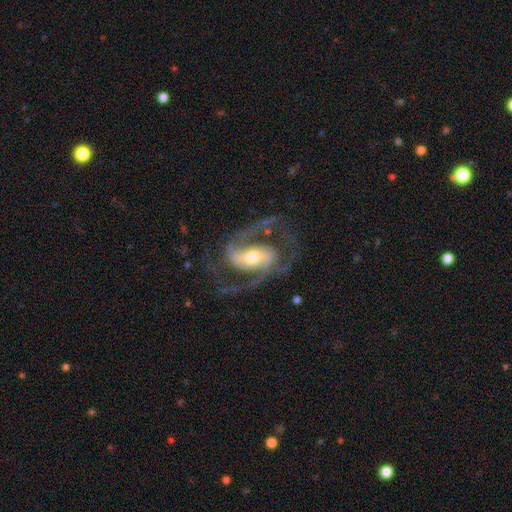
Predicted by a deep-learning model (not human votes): Q: Smooth or featured?
A: featured or disk (92%); runner-up: smooth (4%)
Q: Edge-on disk?
A: no (97%); runner-up: yes (3%)
Q: Bar?
A: strong (42%); runner-up: weak (38%)
Q: Spiral arms?
A: yes (97%); runner-up: no (3%)
Q: Spiral winding?
A: medium (59%); runner-up: loose (27%)
Q: Spiral arm count?
A: 2 (88%); runner-up: 3 (5%)
Q: Bulge size?
A: moderate (65%); runner-up: small (17%)
Q: Merging?
A: none (69%); runner-up: major disturbance (15%)